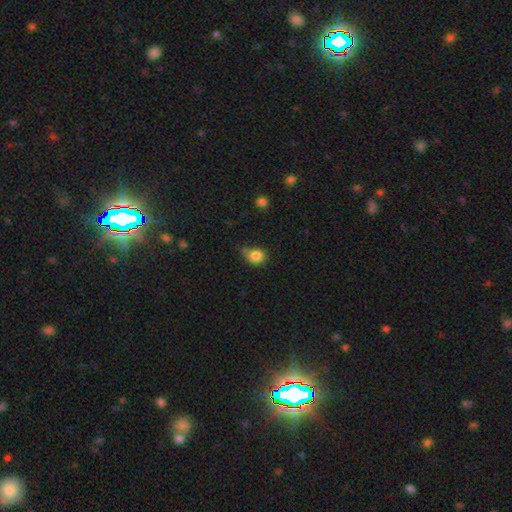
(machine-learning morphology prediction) smooth_or_featured: smooth (p=0.83) [alt: star or artifact p=0.11]
how_rounded: round (p=0.71) [alt: in between p=0.28]
merging: none (p=0.60) [alt: minor disturbance p=0.26]